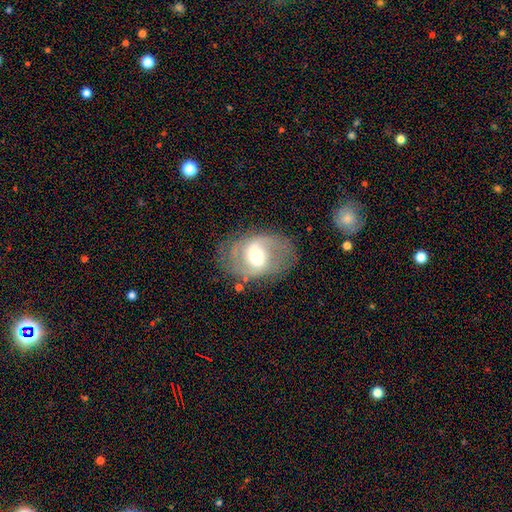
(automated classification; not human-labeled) Smooth or featured? Predicted: featured or disk (p=0.69). Edge-on disk? Predicted: no (p=0.94). Bar? Predicted: weak (p=0.45). Spiral arms? Predicted: yes (p=0.69). Bulge size? Predicted: moderate (p=0.65). Merging? Predicted: none (p=0.71).